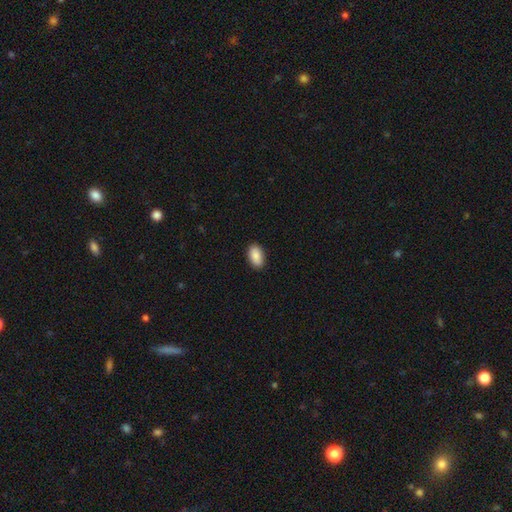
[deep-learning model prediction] smooth 89%, star or artifact 7%, featured or disk 5%. Down the decision tree: how rounded — in between (94%); merging — none (89%).